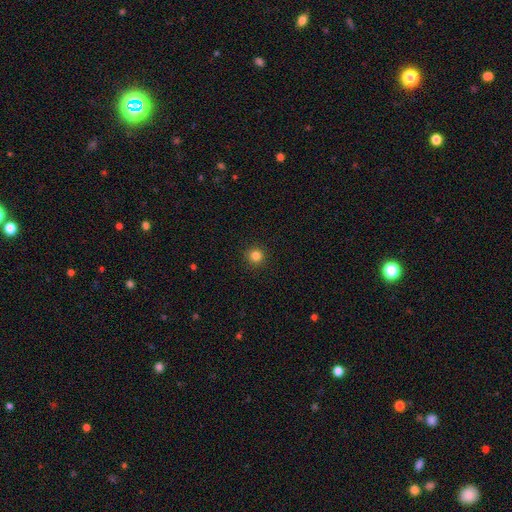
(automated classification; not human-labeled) A smooth galaxy with no disk features (83%) that is round (95%). Merging: none (93%).